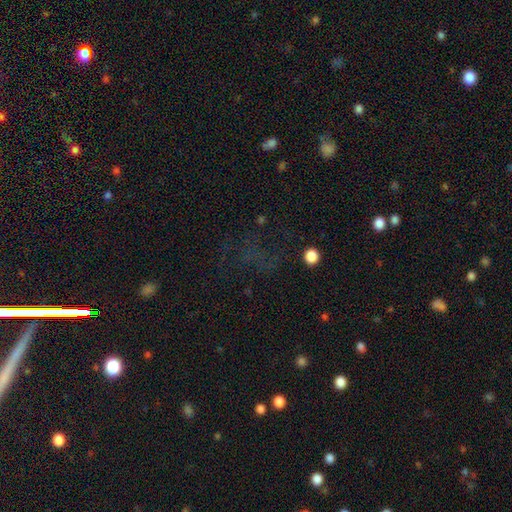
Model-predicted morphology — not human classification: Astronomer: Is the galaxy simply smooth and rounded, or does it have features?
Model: star or artifact — 60%.